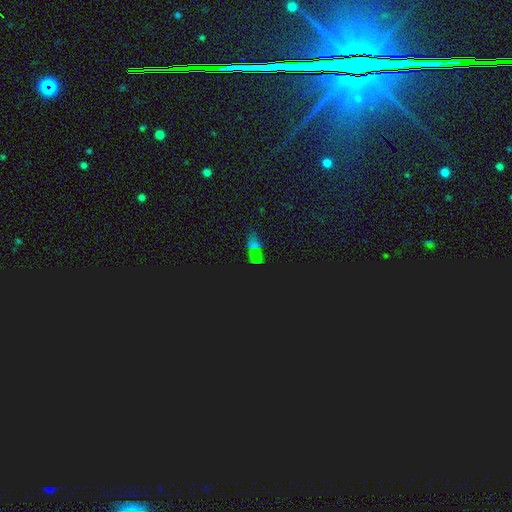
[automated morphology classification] This is likely a star or artifact rather than a galaxy (64%).